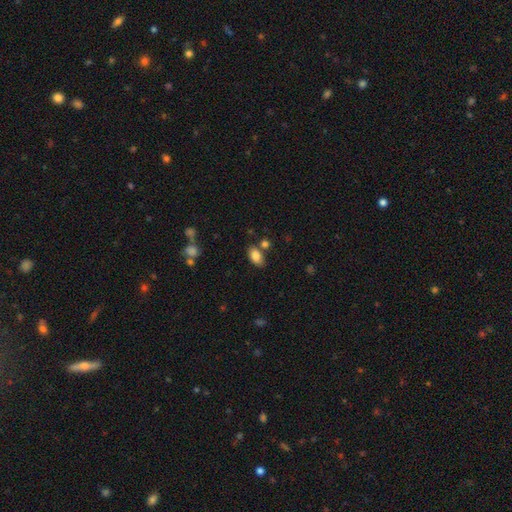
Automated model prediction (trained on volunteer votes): Smooth or featured? smooth (83%)
How rounded? in between (90%)
Merging? none (70%)